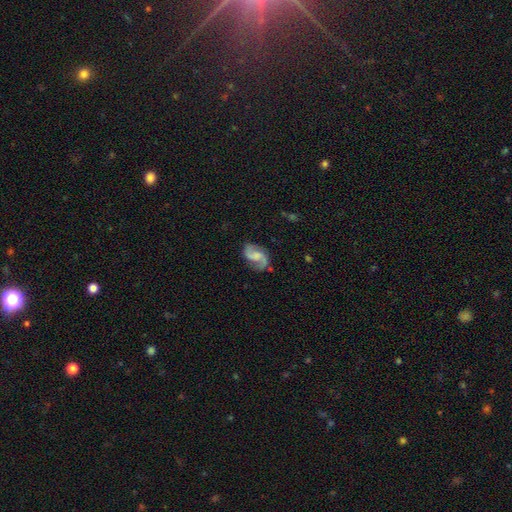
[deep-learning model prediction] smooth-or-featured: featured or disk: 85% | smooth: 10% | star or artifact: 5%
  disk-edge-on: no: 98% | yes: 2%
    bar: no: 45% | weak: 44% | strong: 11%
    has-spiral-arms: yes: 97% | no: 3%
      spiral-winding: medium: 46% | loose: 43% | tight: 11%
      spiral-arm-count: 2: 92% | 1: 3% | can't tell: 2% | 3: 1% | 4: 1% | more than 4: 1%
    bulge-size: none: 42% | moderate: 25% | small: 22% | large: 9% | dominant: 2%
  merging: none: 74% | minor disturbance: 17% | major disturbance: 7% | merger: 2%